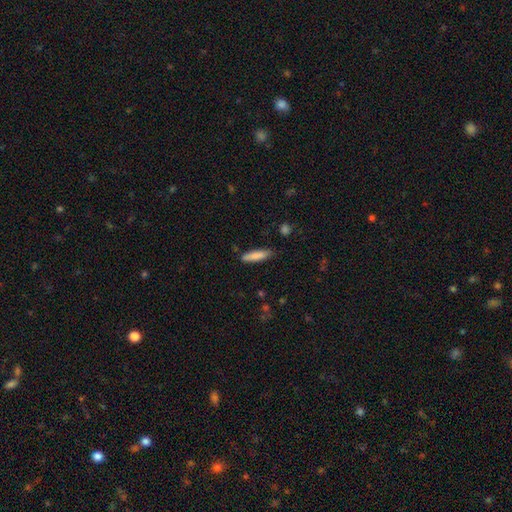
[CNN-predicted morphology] Smooth or featured? Predicted: smooth (p=0.83). How rounded? Predicted: cigar-shaped (p=0.78). Merging? Predicted: none (p=0.84).